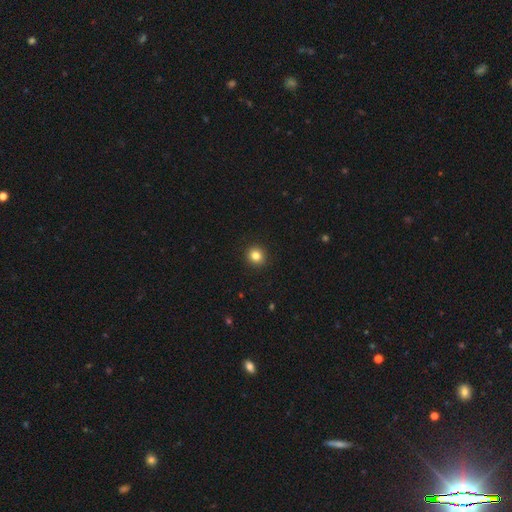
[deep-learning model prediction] Overall: smooth (83%). How rounded: round (90%). Merging: none (93%).